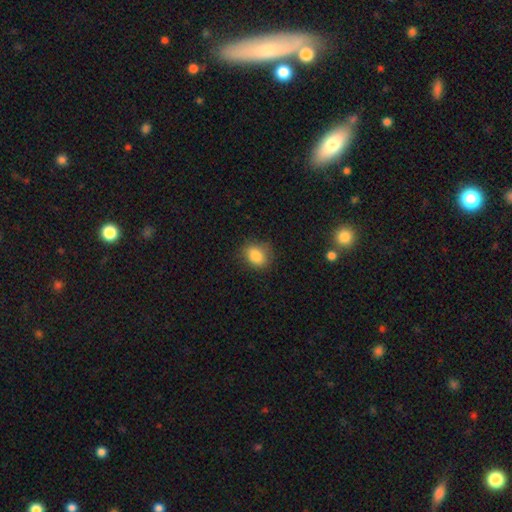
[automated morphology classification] Smooth or featured? smooth (84%)
How rounded? in between (53%)
Merging? none (79%)